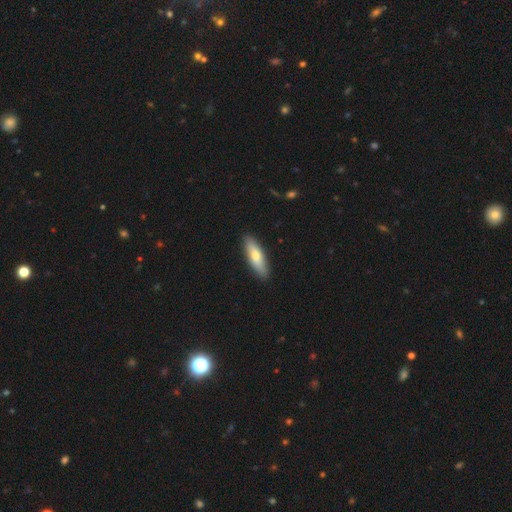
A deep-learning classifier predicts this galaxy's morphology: This is likely a smooth galaxy (74%). How rounded: possibly cigar-shaped (55%). Merging: clearly none (89%).